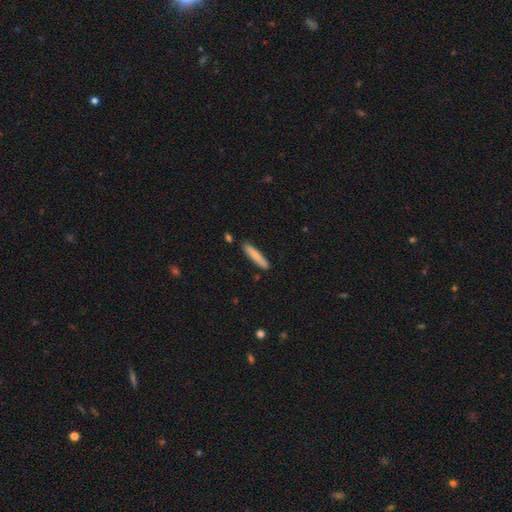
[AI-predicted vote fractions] Smooth or featured: smooth — 80% (featured or disk — 14%)
How rounded: cigar-shaped — 91% (in between — 8%)
Merging: none — 86% (minor disturbance — 9%)